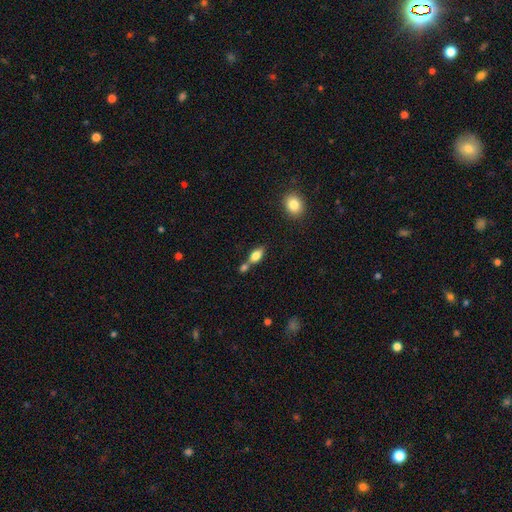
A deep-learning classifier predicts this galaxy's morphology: smooth_or_featured: smooth (p=0.74) [alt: featured or disk p=0.18]
how_rounded: in between (p=0.81) [alt: cigar-shaped p=0.12]
merging: none (p=0.51) [alt: merger p=0.33]